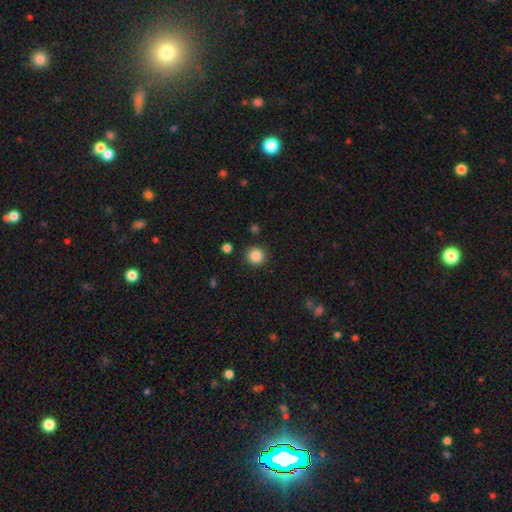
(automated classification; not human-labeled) Morphology: type=smooth (86%); roundness=round (93%); merging=none (90%).